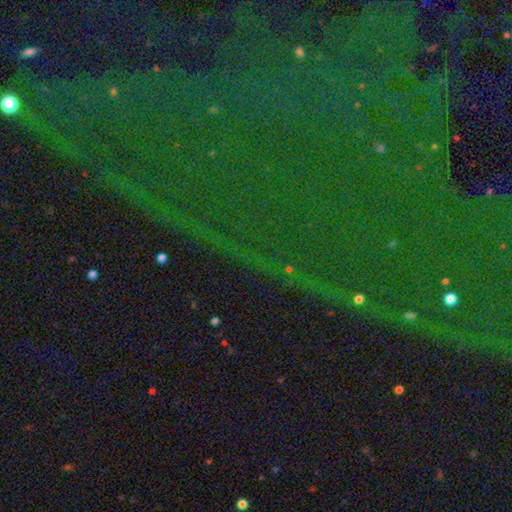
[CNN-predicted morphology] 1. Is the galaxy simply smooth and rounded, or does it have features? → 86% star or artifact, 7% featured or disk, 7% smooth.